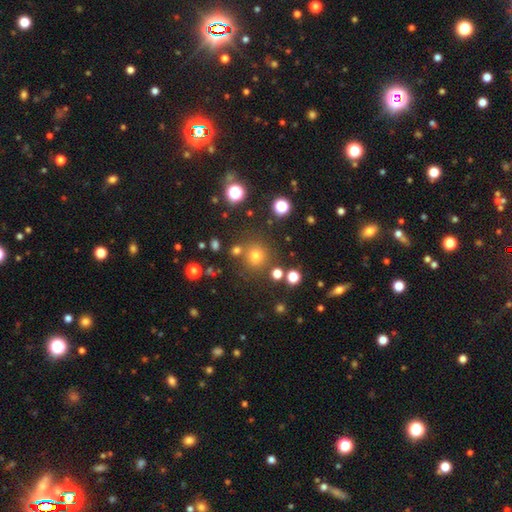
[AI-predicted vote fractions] smooth-or-featured: smooth: 65% | star or artifact: 26% | featured or disk: 9%
  how-rounded: round: 92% | in between: 7% | cigar-shaped: 1%
  merging: none: 80% | minor disturbance: 8% | merger: 7% | major disturbance: 4%